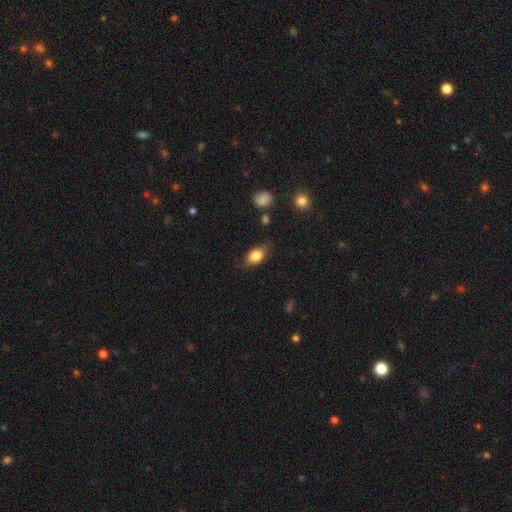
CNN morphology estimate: smooth-or-featured: smooth: 78% | featured or disk: 14% | star or artifact: 8%
  how-rounded: in between: 79% | round: 17% | cigar-shaped: 4%
  merging: none: 73% | minor disturbance: 20% | major disturbance: 5% | merger: 2%